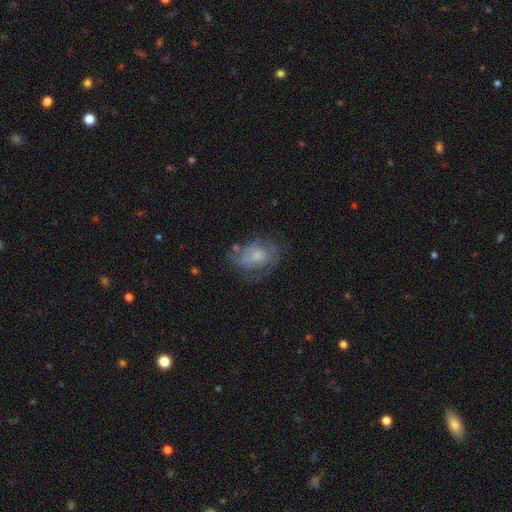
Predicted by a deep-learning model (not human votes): Morphology: type=featured or disk (51%); edge-on=no (97%); merging=none (53%).